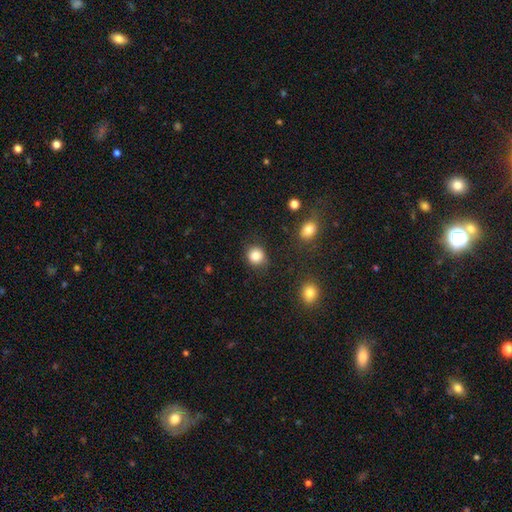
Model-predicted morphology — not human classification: A smooth galaxy with no disk features (84%) that is round (87%).

Vote fractions:
- Smooth or featured? smooth: 84% / star or artifact: 11% / featured or disk: 5%
- How rounded? round: 87% / in between: 12% / cigar-shaped: 1%
- Merging? none: 86% / minor disturbance: 9% / major disturbance: 3% / merger: 2%